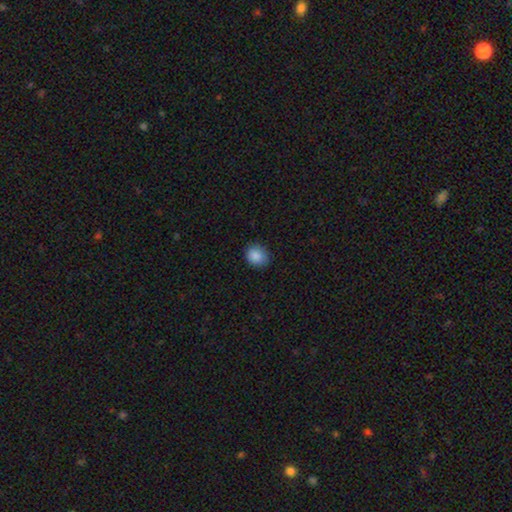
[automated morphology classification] Smooth or featured? Predicted: smooth (p=0.87). How rounded? Predicted: round (p=0.72). Merging? Predicted: none (p=0.84).